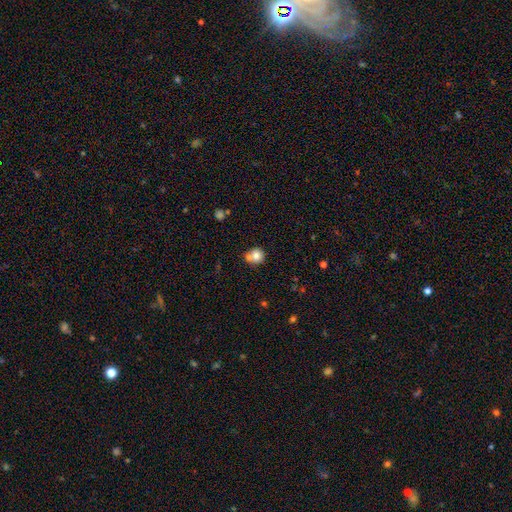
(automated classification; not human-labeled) A smooth galaxy with no disk features (77%) that is round (87%). Merging: none (50%).